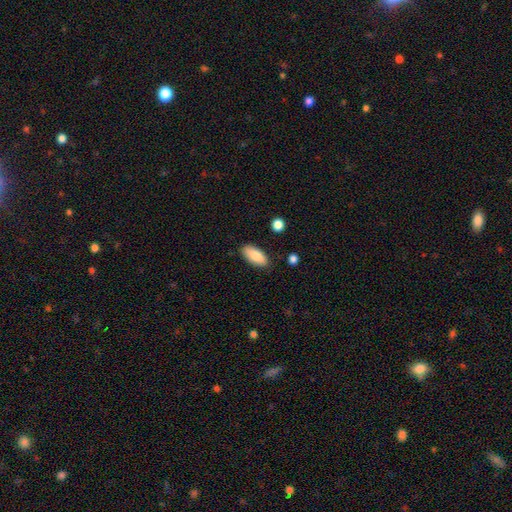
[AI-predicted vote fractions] This appears to be a smooth galaxy with no disk features (87%) that is in between round and cigar-shaped (88%). Merging: none (85%).